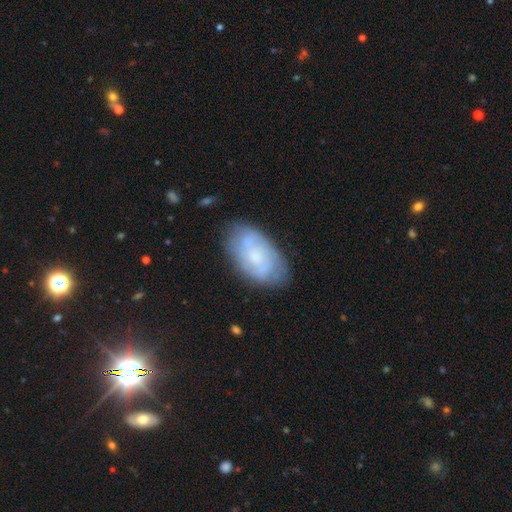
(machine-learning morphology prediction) Overall: featured or disk (53%; smooth 39%). Edge-on disk: no (95%). Bar: no (72%). Spiral arms: yes (67%; no 33%). Bulge size: small (47%; moderate 31%). Merging: none (69%).